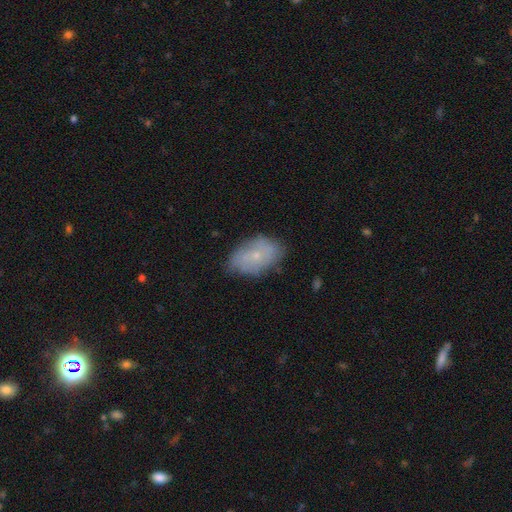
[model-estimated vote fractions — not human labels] Morphology: type=smooth (50%); merging=none (71%).